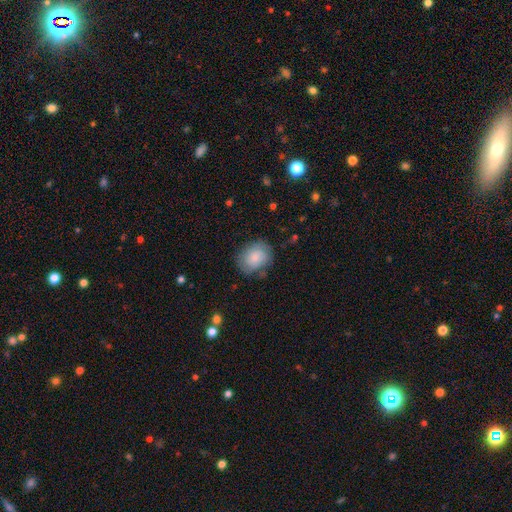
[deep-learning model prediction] Smooth or featured? smooth (77%)
How rounded? round (54%)
Merging? none (70%)